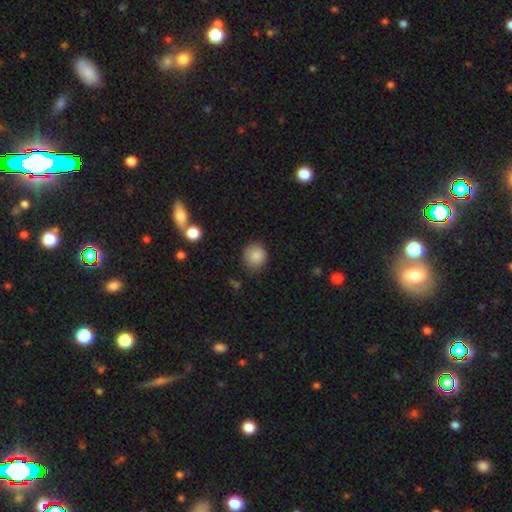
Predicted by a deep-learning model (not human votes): smooth 86%, star or artifact 9%, featured or disk 5%. Down the decision tree: how rounded — round (85%); merging — none (80%).